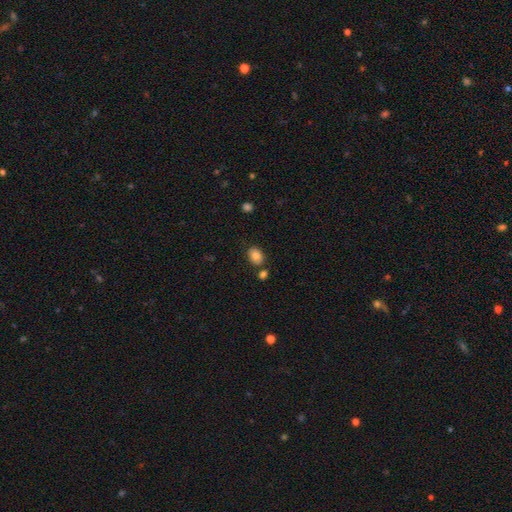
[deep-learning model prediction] smooth 84%, star or artifact 9%, featured or disk 7%. Down the decision tree: how rounded — in between (70%); merging — none (77%).